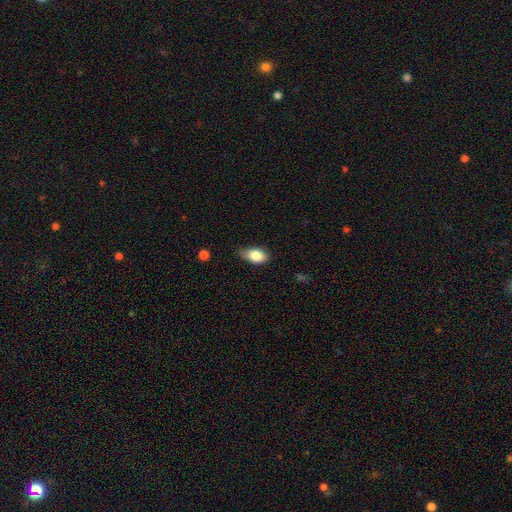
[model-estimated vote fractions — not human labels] This is clearly a smooth galaxy (82%). How rounded: clearly in between (89%). Merging: likely none (68%).